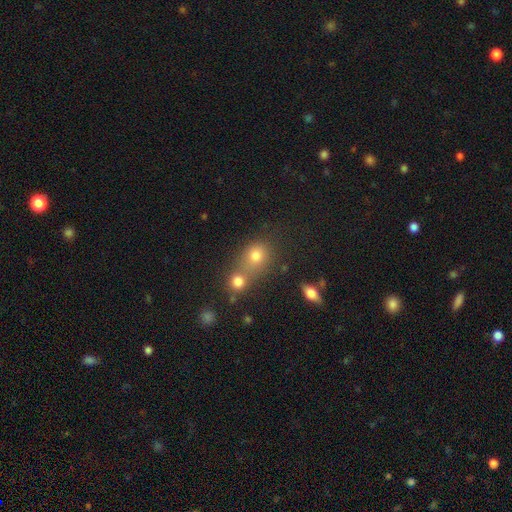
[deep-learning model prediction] Smooth or featured? smooth (76%)
How rounded? round (63%)
Merging? merger (43%, tied with none)